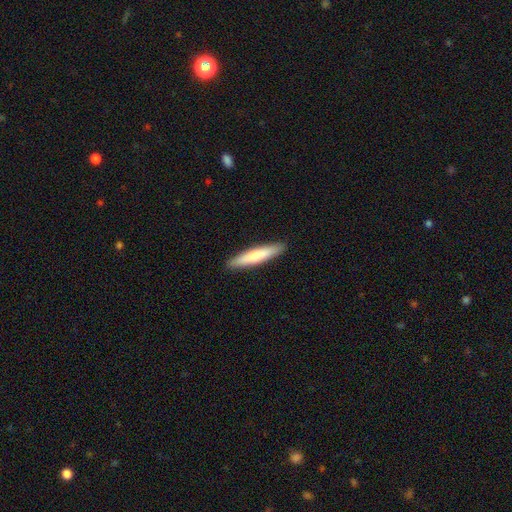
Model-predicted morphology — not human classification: type=smooth (75%); roundness=cigar-shaped (90%); merging=none (91%).